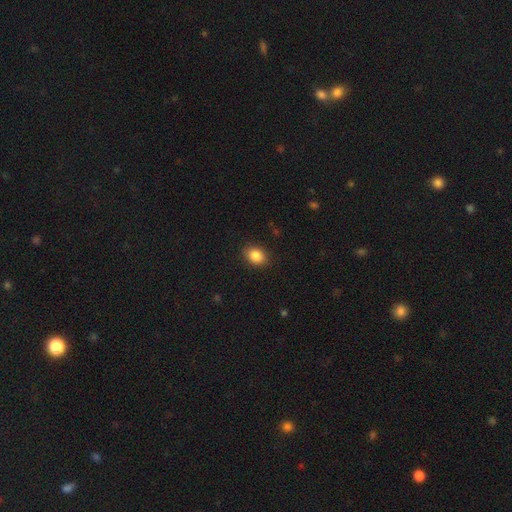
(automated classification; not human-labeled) Overall: smooth (87%). How rounded: in between (68%; round 31%). Merging: none (89%).